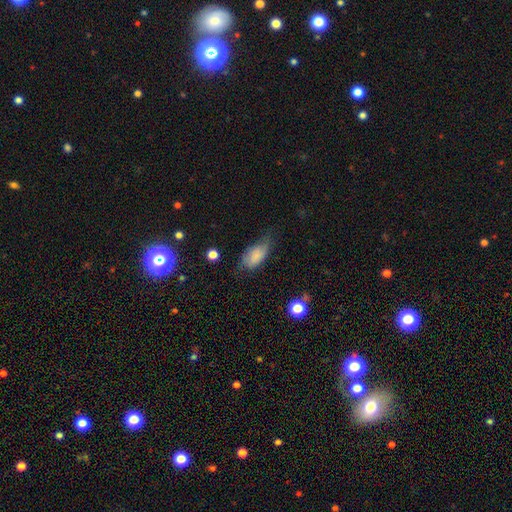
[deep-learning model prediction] A smooth galaxy with no disk features (79%) that is in between round and cigar-shaped (91%). Merging: none (44%).